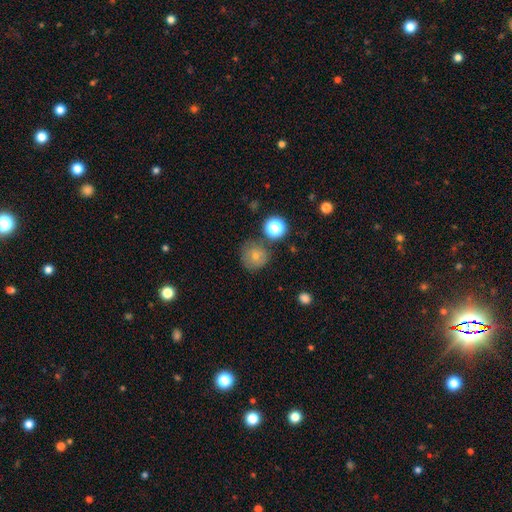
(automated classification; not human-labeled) smooth-or-featured: smooth: 70% | featured or disk: 16% | star or artifact: 14%
  how-rounded: round: 92% | in between: 7% | cigar-shaped: 1%
  merging: none: 71% | minor disturbance: 14% | merger: 9% | major disturbance: 5%